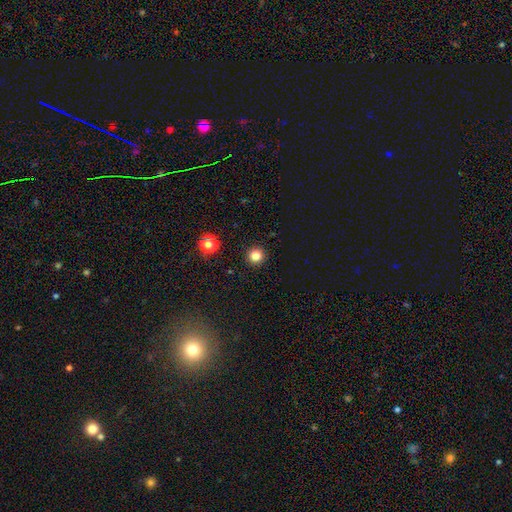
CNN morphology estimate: Smooth or featured? Predicted: smooth (p=0.83). How rounded? Predicted: round (p=0.95). Merging? Predicted: none (p=0.93).